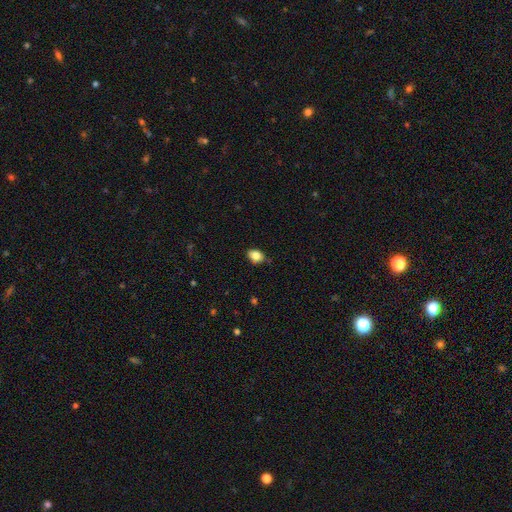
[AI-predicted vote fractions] This is clearly a smooth galaxy (84%). How rounded: likely in between (70%). Merging: likely none (79%).